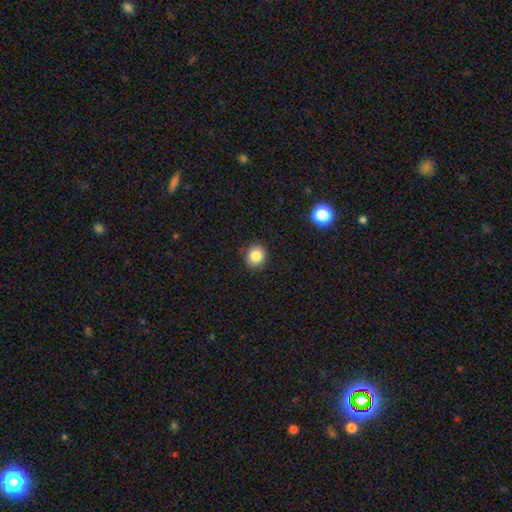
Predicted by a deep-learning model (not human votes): Q: Smooth or featured?
A: smooth (84%); runner-up: star or artifact (10%)
Q: How rounded?
A: round (83%); runner-up: in between (16%)
Q: Merging?
A: none (90%); runner-up: minor disturbance (7%)